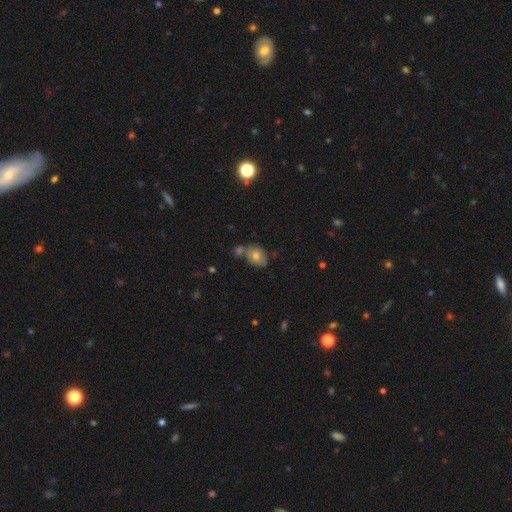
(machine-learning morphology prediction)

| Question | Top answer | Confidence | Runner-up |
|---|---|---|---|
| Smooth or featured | smooth | 64% | featured or disk (22%) |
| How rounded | in between | 63% | round (35%) |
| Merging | none | 57% | merger (22%) |